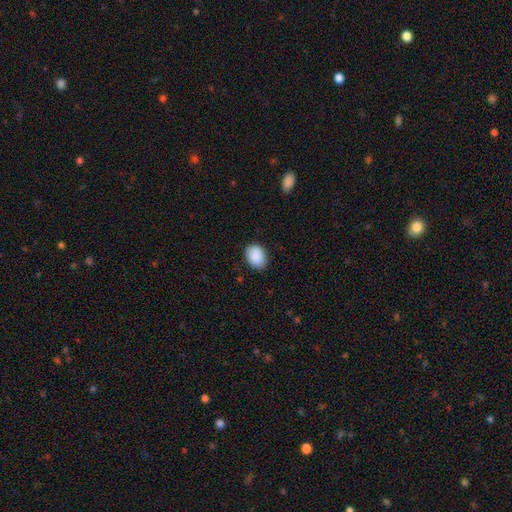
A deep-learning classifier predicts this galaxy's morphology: Q: Smooth or featured?
A: smooth (90%); runner-up: star or artifact (7%)
Q: How rounded?
A: in between (70%); runner-up: round (29%)
Q: Merging?
A: none (84%); runner-up: minor disturbance (13%)